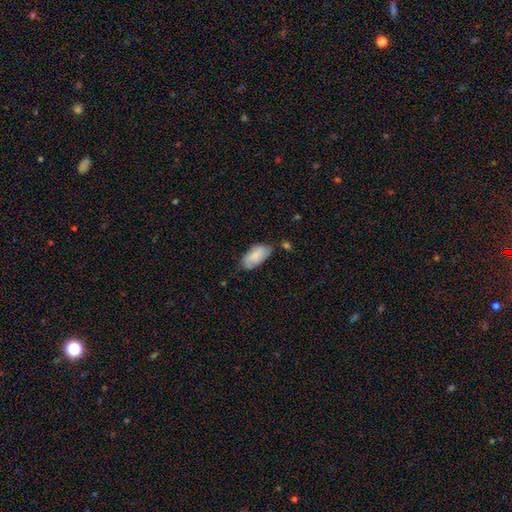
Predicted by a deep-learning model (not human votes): Smooth or featured: smooth — 81% (featured or disk — 13%)
How rounded: in between — 93% (cigar-shaped — 5%)
Merging: none — 64% (minor disturbance — 26%)